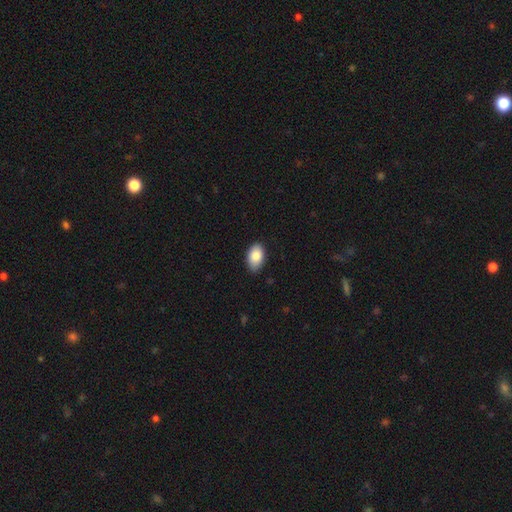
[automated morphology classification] Q: Smooth or featured?
A: smooth (85%); runner-up: featured or disk (8%)
Q: How rounded?
A: in between (93%); runner-up: round (6%)
Q: Merging?
A: none (85%); runner-up: minor disturbance (13%)